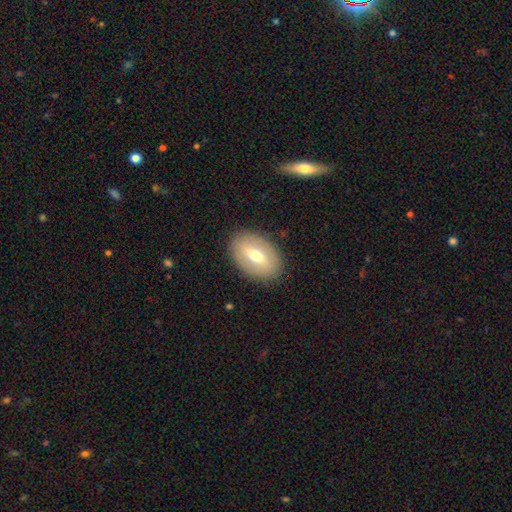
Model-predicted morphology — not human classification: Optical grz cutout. It shows a smooth galaxy with no disk features (57%) that is in between round and cigar-shaped (86%). Merging: none (87%).